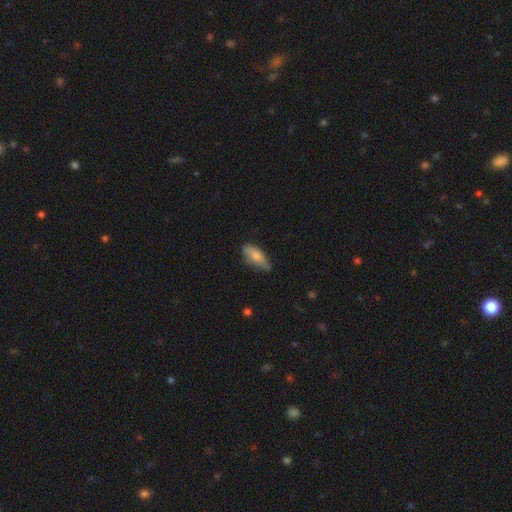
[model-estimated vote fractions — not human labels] The model was most divided on "merging": none: 63%, minor disturbance: 30%, major disturbance: 5%, merger: 2%. More confident: smooth or featured — smooth (79%); how rounded — in between (79%).